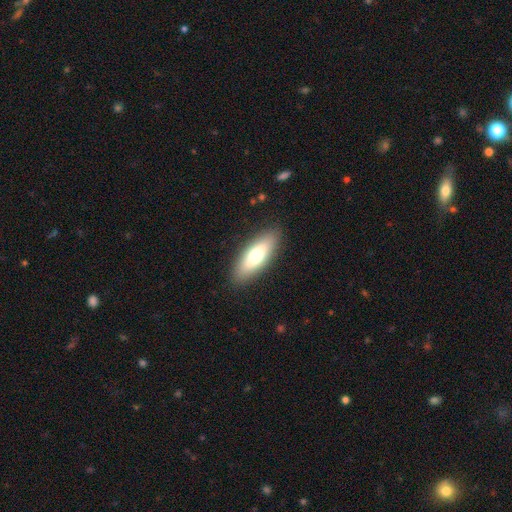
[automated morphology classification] Q: Smooth or featured?
A: smooth (69%); runner-up: featured or disk (25%)
Q: How rounded?
A: in between (65%); runner-up: cigar-shaped (33%)
Q: Merging?
A: none (88%); runner-up: minor disturbance (8%)